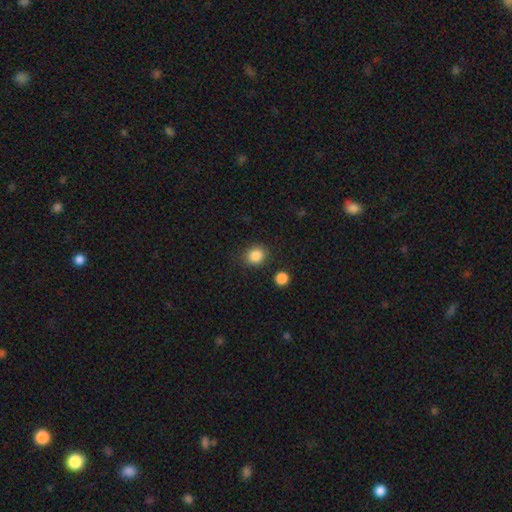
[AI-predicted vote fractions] Q: Smooth or featured?
A: smooth (86%); runner-up: star or artifact (10%)
Q: How rounded?
A: round (78%); runner-up: in between (21%)
Q: Merging?
A: none (84%); runner-up: minor disturbance (10%)